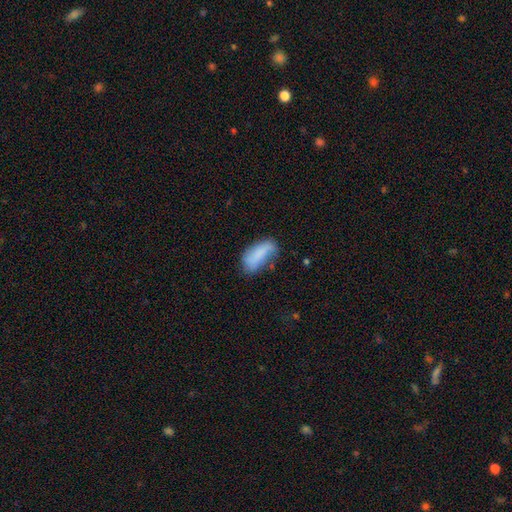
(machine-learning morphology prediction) This appears to be a smooth galaxy with no disk features (76%) that is in between round and cigar-shaped (83%). Merging: none (49%).